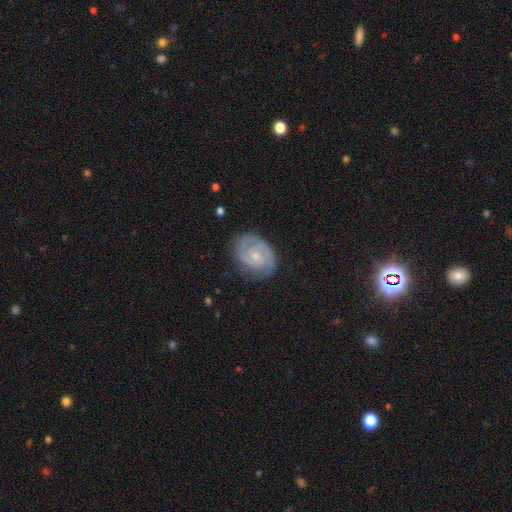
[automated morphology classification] Q: Smooth or featured?
A: featured or disk (78%); runner-up: smooth (16%)
Q: Edge-on disk?
A: no (97%); runner-up: yes (3%)
Q: Bar?
A: no (71%); runner-up: weak (25%)
Q: Spiral arms?
A: yes (92%); runner-up: no (8%)
Q: Spiral winding?
A: tight (58%); runner-up: medium (33%)
Q: Spiral arm count?
A: 2 (59%); runner-up: can't tell (20%)
Q: Bulge size?
A: small (68%); runner-up: moderate (28%)
Q: Merging?
A: none (74%); runner-up: minor disturbance (19%)